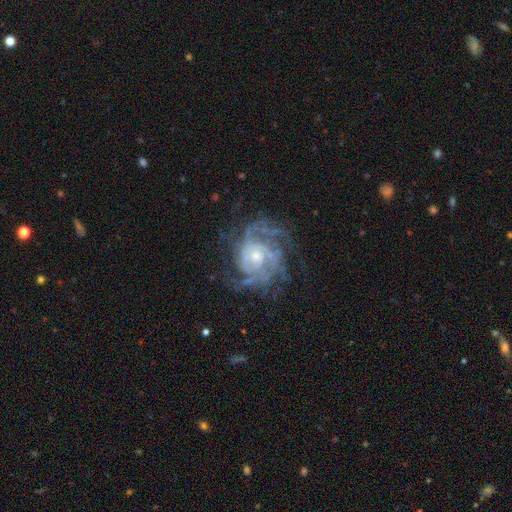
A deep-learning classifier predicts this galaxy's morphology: Q: Smooth or featured?
A: featured or disk (86%); runner-up: star or artifact (7%)
Q: Edge-on disk?
A: no (98%); runner-up: yes (2%)
Q: Bar?
A: no (72%); runner-up: weak (23%)
Q: Spiral arms?
A: yes (93%); runner-up: no (7%)
Q: Spiral winding?
A: tight (58%); runner-up: medium (34%)
Q: Spiral arm count?
A: can't tell (34%); runner-up: 3 (19%)
Q: Bulge size?
A: small (48%); runner-up: moderate (44%)
Q: Merging?
A: none (65%); runner-up: minor disturbance (18%)